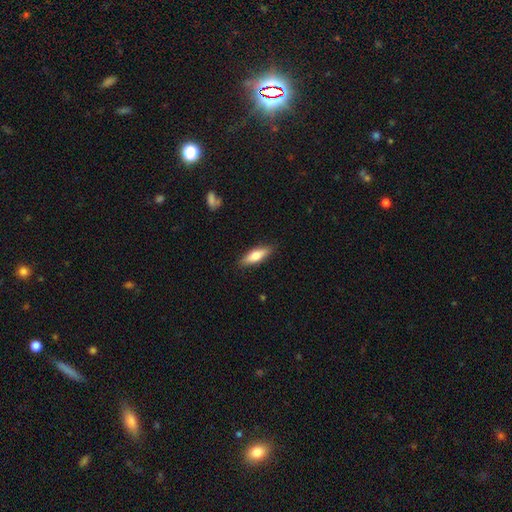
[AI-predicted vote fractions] This is likely a smooth galaxy (69%). How rounded: possibly in between (52%). Merging: clearly none (87%).